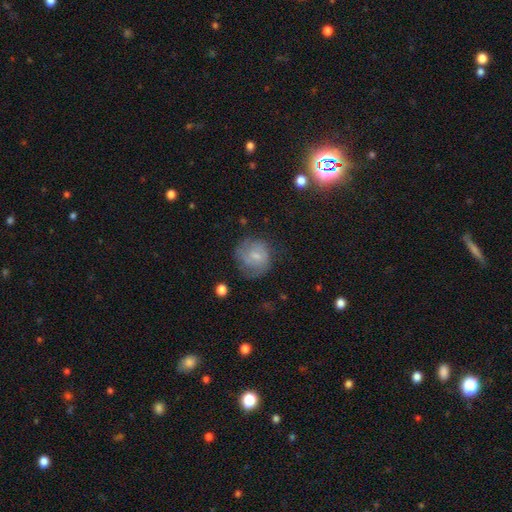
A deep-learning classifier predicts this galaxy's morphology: A smooth galaxy with no disk features (57%) that is round (83%). Merging: none (57%).